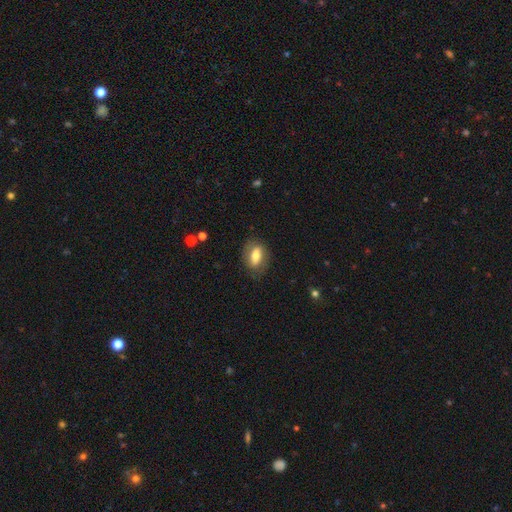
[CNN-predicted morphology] Q: Smooth or featured?
A: smooth (67%); runner-up: featured or disk (25%)
Q: How rounded?
A: in between (83%); runner-up: round (12%)
Q: Merging?
A: none (79%); runner-up: minor disturbance (15%)